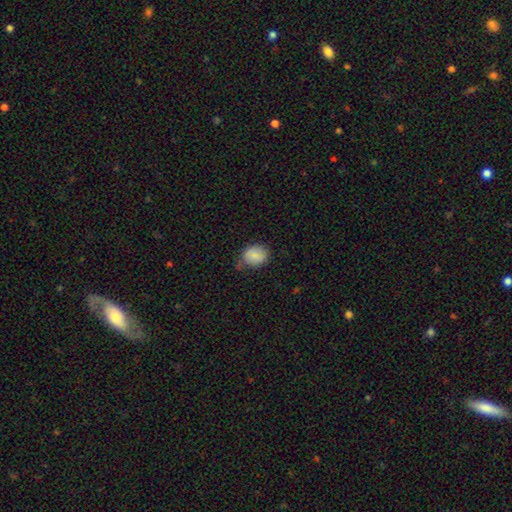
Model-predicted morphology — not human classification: Smooth or featured: smooth — 85% (star or artifact — 8%)
How rounded: round — 53% (in between — 47%)
Merging: none — 66% (minor disturbance — 25%)